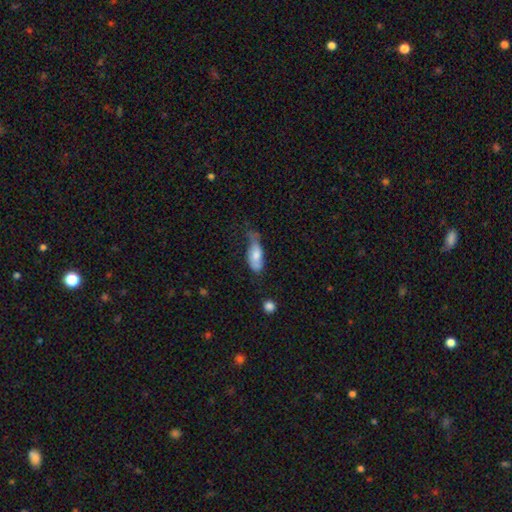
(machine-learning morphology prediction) Smooth or featured?
  - smooth: 67% *
  - featured or disk: 26%
  - star or artifact: 7%
How rounded?
  - in between: 79% *
  - cigar-shaped: 18%
  - round: 3%
Merging?
  - minor disturbance: 38% *
  - none: 29%
  - major disturbance: 27%
  - merger: 7%